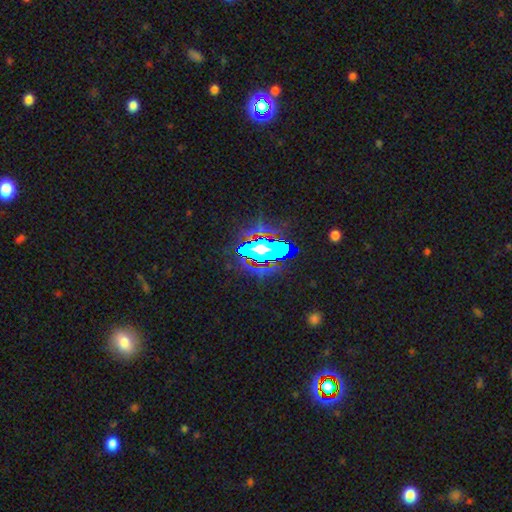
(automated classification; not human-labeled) Smooth or featured: star or artifact — 48% (smooth — 27%)